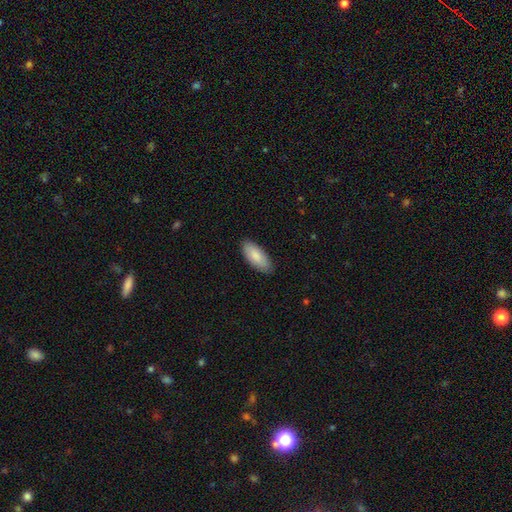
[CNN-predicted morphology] Overall: smooth (86%). How rounded: in between (86%). Merging: none (87%).